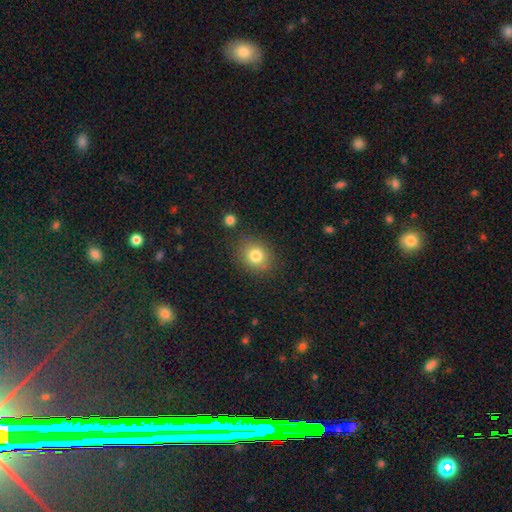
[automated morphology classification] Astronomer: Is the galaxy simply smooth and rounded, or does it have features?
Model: smooth — 81%.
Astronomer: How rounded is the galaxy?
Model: round — 70%.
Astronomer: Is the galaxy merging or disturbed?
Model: none — 83%.